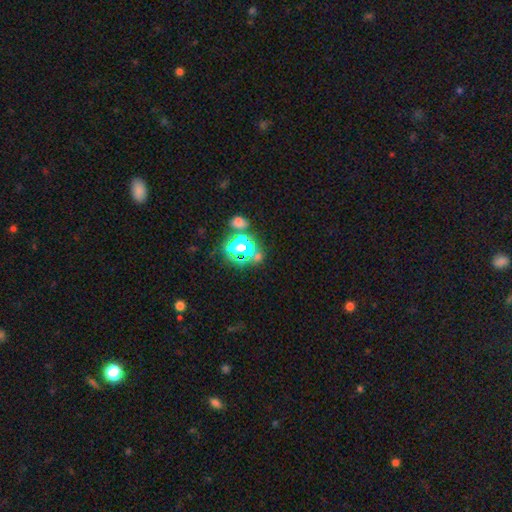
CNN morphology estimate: Smooth or featured? star or artifact (62%)